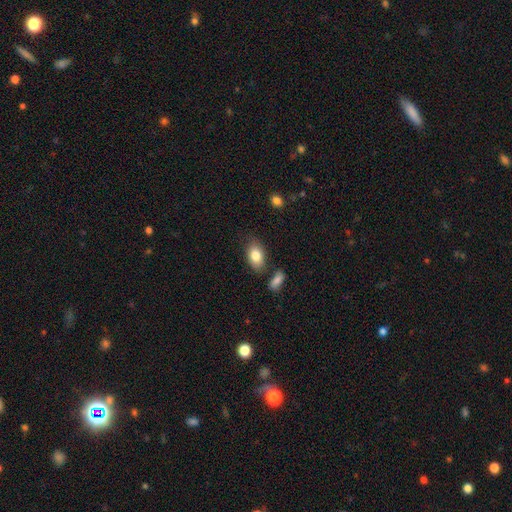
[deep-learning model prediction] smooth-or-featured: smooth: 83% | featured or disk: 10% | star or artifact: 7%
  how-rounded: in between: 89% | round: 9% | cigar-shaped: 2%
  merging: none: 75% | minor disturbance: 15% | merger: 7% | major disturbance: 4%